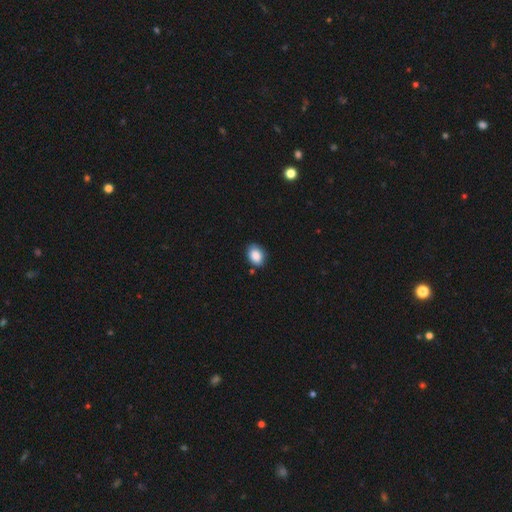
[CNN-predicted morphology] A smooth galaxy with no disk features (87%) that is in between round and cigar-shaped (71%).

Vote fractions:
- Smooth or featured? smooth: 87% / star or artifact: 8% / featured or disk: 4%
- How rounded? in between: 71% / round: 28% / cigar-shaped: 1%
- Merging? none: 79% / minor disturbance: 16% / major disturbance: 3% / merger: 2%